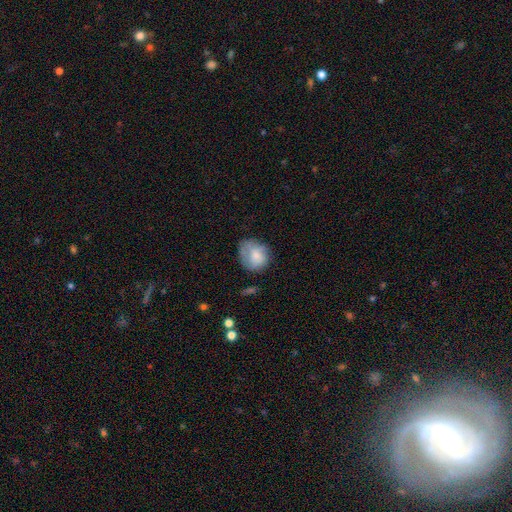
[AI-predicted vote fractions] smooth 74%, featured or disk 18%, star or artifact 8%. Down the decision tree: how rounded — round (67%); merging — none (56%).